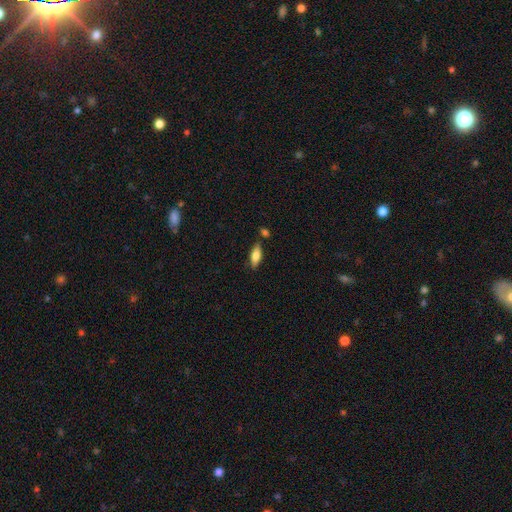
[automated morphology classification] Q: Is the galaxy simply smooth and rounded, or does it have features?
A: smooth — 70%.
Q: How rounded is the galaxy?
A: in between — 71%.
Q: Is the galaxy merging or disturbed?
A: none — 77%.